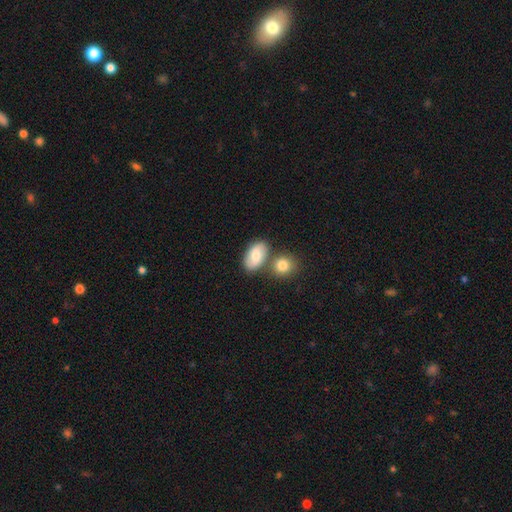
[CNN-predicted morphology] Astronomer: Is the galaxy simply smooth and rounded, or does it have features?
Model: smooth — 71%.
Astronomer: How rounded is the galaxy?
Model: in between — 88%.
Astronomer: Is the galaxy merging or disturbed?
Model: none — 64%.